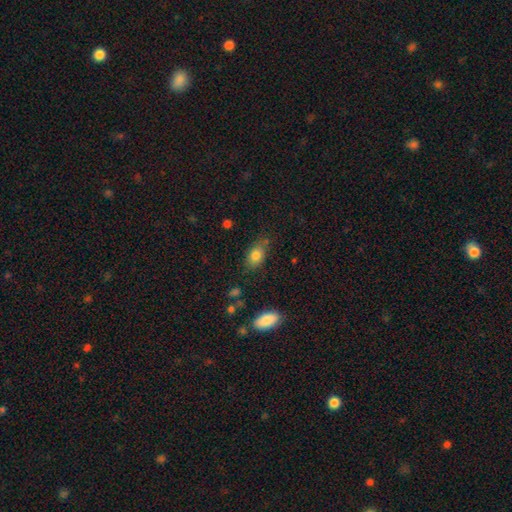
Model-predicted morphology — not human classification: Overall: smooth (82%). How rounded: in between (84%). Merging: none (66%).